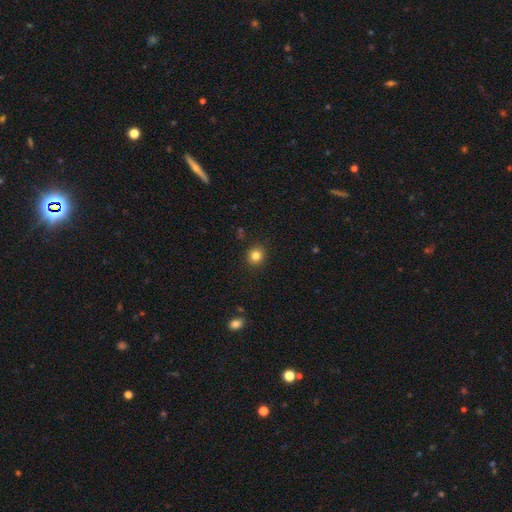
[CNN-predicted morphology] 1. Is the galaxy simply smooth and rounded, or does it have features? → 83% smooth, 12% star or artifact, 5% featured or disk.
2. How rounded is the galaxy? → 88% round, 11% in between, 1% cigar-shaped.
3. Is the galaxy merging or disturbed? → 91% none, 6% minor disturbance, 2% major disturbance, 1% merger.